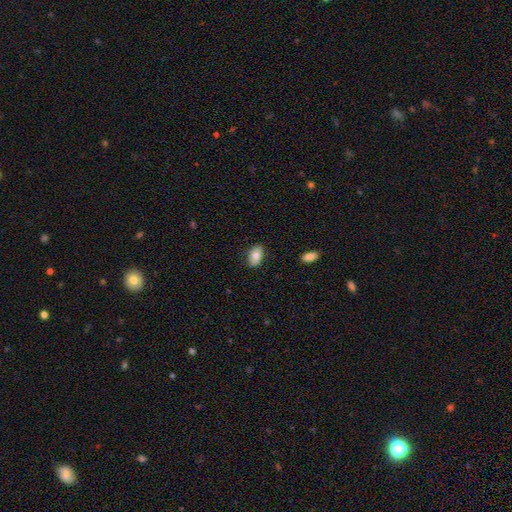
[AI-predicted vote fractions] smooth-or-featured: smooth: 74% | featured or disk: 19% | star or artifact: 7%
  how-rounded: in between: 90% | round: 8% | cigar-shaped: 2%
  merging: none: 83% | minor disturbance: 14% | major disturbance: 2% | merger: 1%